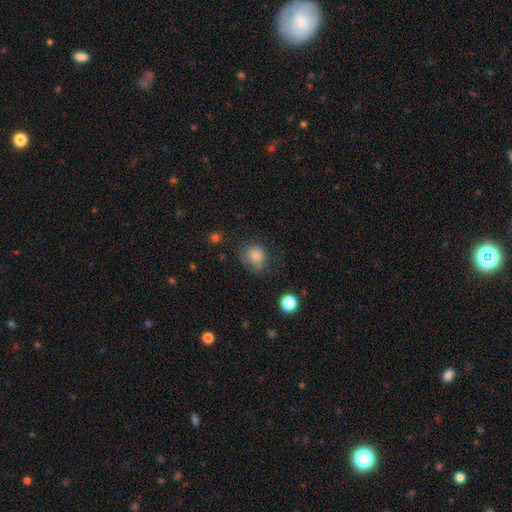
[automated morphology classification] smooth-or-featured: smooth: 78% | star or artifact: 13% | featured or disk: 9%
  how-rounded: round: 72% | in between: 27% | cigar-shaped: 1%
  merging: none: 59% | minor disturbance: 28% | major disturbance: 10% | merger: 3%